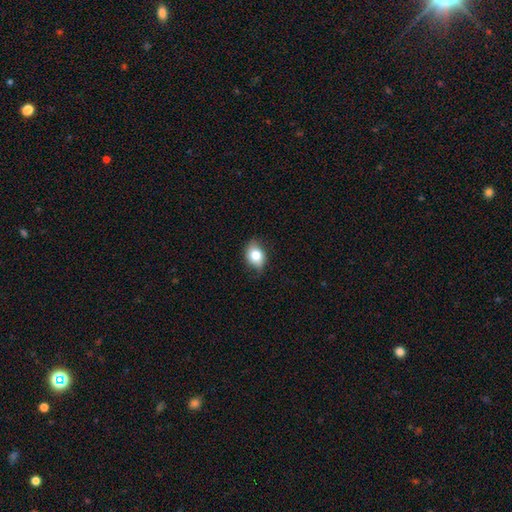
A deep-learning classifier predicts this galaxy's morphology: Smooth or featured? smooth (76%)
How rounded? in between (68%)
Merging? none (71%)